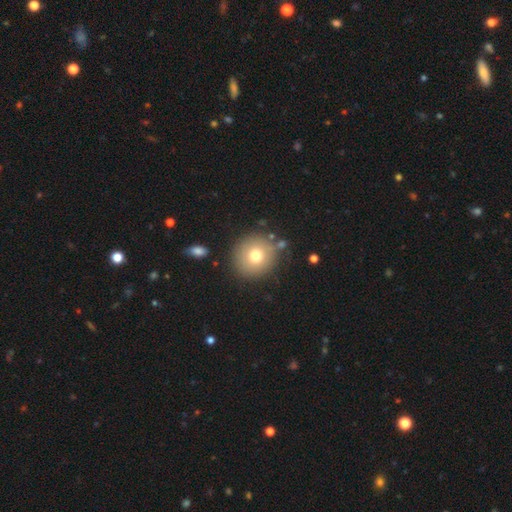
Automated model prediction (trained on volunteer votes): smooth 73%, featured or disk 15%, star or artifact 11%. Down the decision tree: how rounded — round (92%); merging — none (83%).